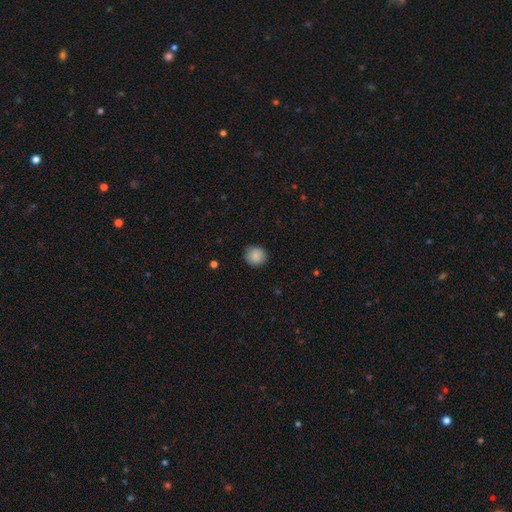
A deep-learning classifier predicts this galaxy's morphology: smooth 88%, star or artifact 8%, featured or disk 4%. Down the decision tree: how rounded — round (88%); merging — none (88%).